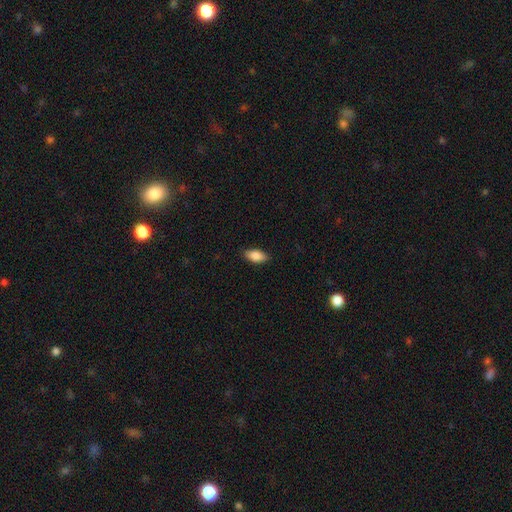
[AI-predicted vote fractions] This appears to be a smooth galaxy with no disk features (86%) that is in between round and cigar-shaped (90%). Merging: none (87%).